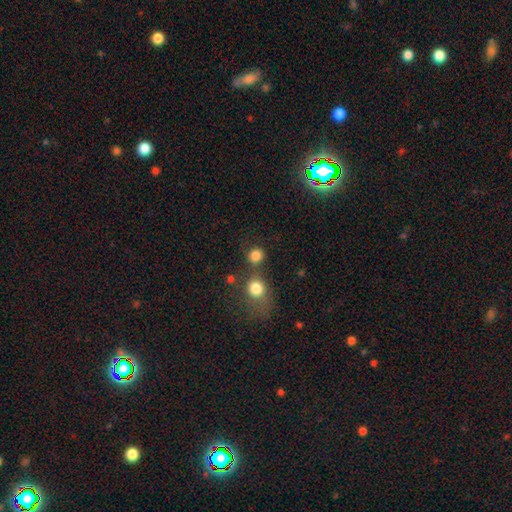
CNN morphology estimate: Smooth or featured? smooth (82%)
How rounded? round (88%)
Merging? none (61%)